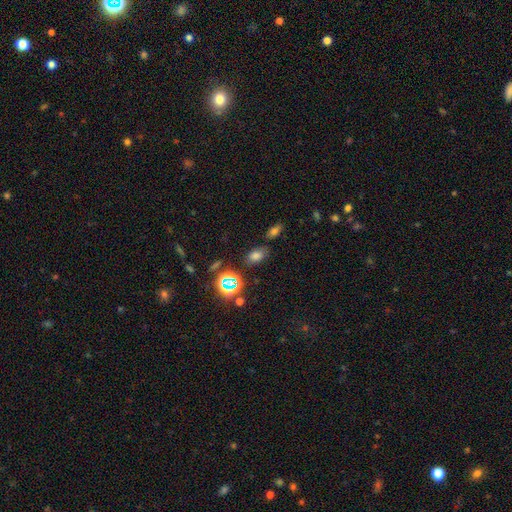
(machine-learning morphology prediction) This is likely a smooth galaxy (68%). How rounded: clearly in between (86%). Merging: likely none (74%).